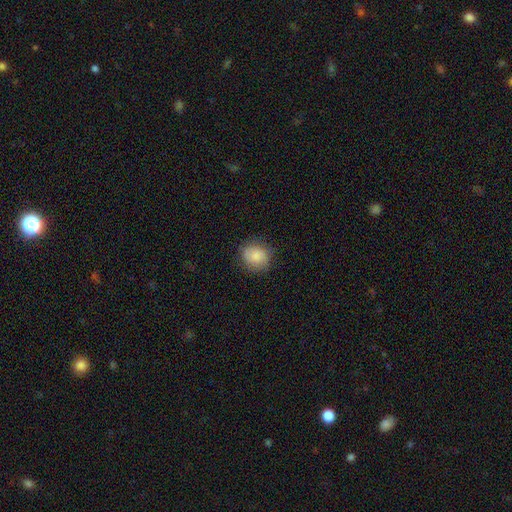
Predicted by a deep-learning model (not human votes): This appears to be a smooth galaxy with no disk features (84%) that is round (75%). Merging: none (79%).